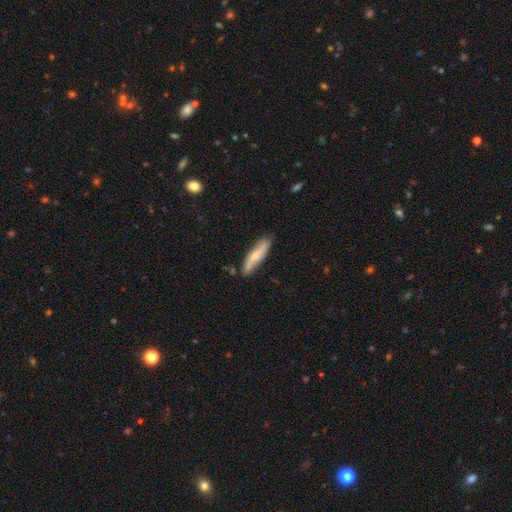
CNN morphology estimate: smooth 55%, featured or disk 39%, star or artifact 6%. Down the decision tree: how rounded — cigar-shaped (76%); merging — none (78%).